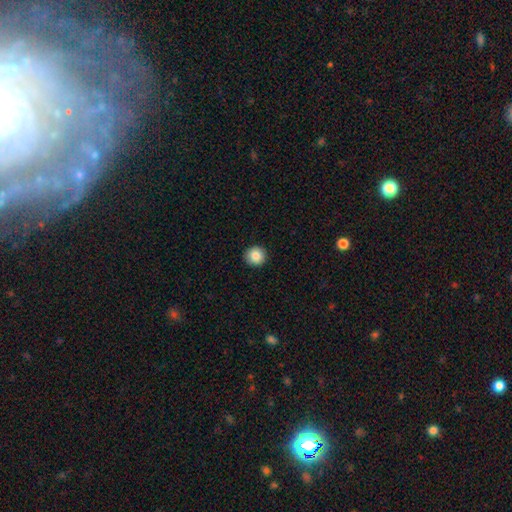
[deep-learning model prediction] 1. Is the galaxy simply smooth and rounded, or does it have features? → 87% smooth, 9% star or artifact, 5% featured or disk.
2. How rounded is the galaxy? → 93% round, 6% in between, 1% cigar-shaped.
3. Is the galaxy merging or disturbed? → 92% none, 6% minor disturbance, 2% major disturbance, 1% merger.